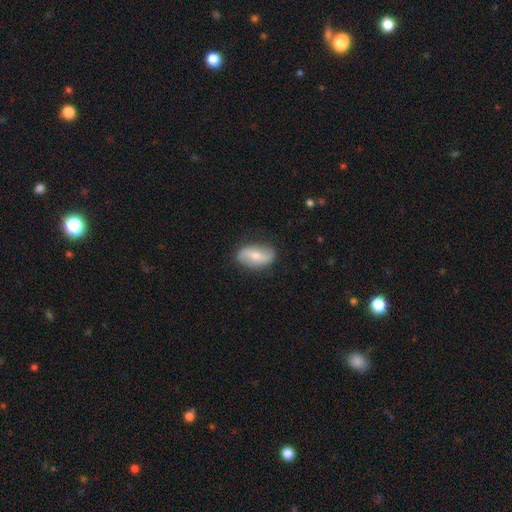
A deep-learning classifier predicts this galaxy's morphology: A featured or disk galaxy (53%). Merging: none (81%).